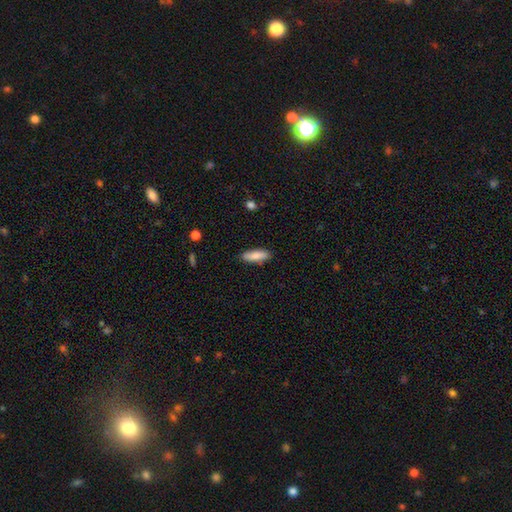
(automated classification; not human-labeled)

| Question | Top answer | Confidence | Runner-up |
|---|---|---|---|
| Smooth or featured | smooth | 83% | featured or disk (10%) |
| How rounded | in between | 55% | cigar-shaped (44%) |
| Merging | none | 87% | minor disturbance (10%) |